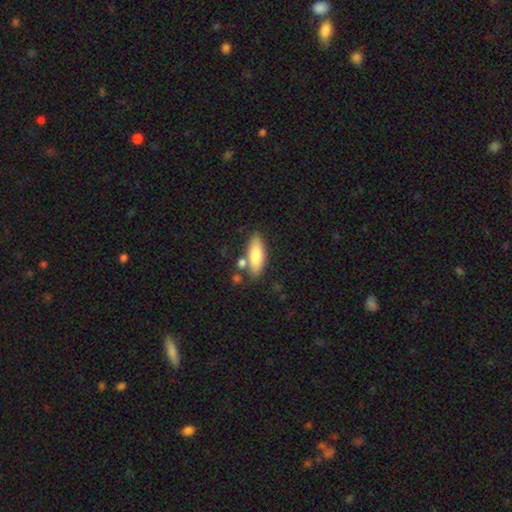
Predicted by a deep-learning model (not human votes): The model was most divided on "how rounded": in between: 68%, cigar-shaped: 29%, round: 3%. More confident: smooth or featured — smooth (76%); merging — none (71%).